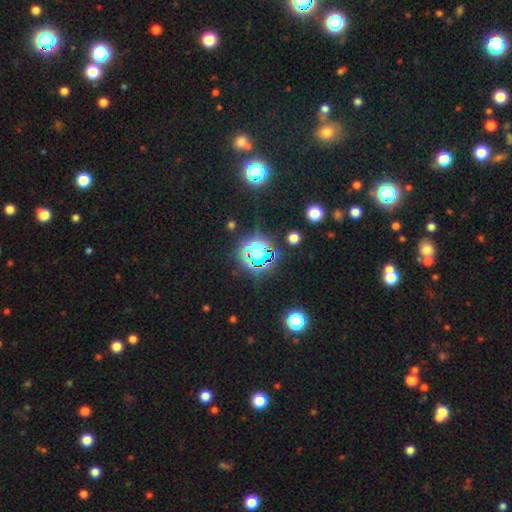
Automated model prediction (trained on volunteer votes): smooth-or-featured: star or artifact: 72% | smooth: 19% | featured or disk: 9%